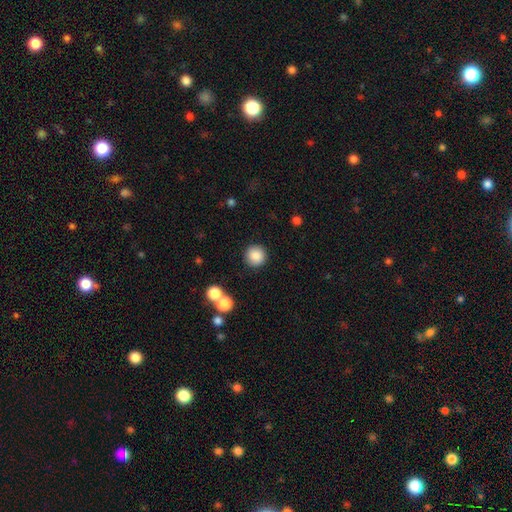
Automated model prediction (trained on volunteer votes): Morphology: type=smooth (86%); roundness=round (94%); merging=none (89%).